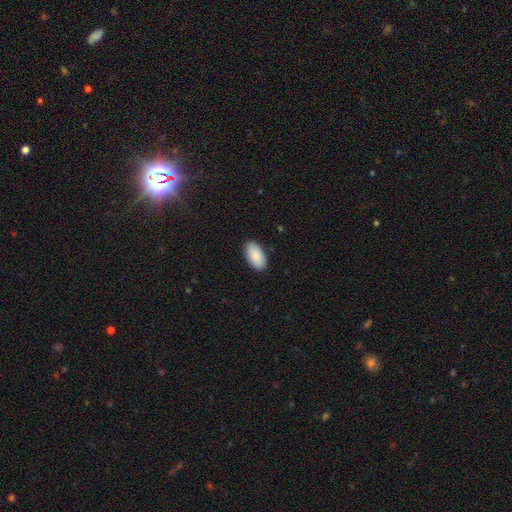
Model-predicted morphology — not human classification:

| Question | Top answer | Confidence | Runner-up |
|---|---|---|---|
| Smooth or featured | smooth | 88% | featured or disk (6%) |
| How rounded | in between | 95% | round (2%) |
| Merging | none | 88% | minor disturbance (9%) |